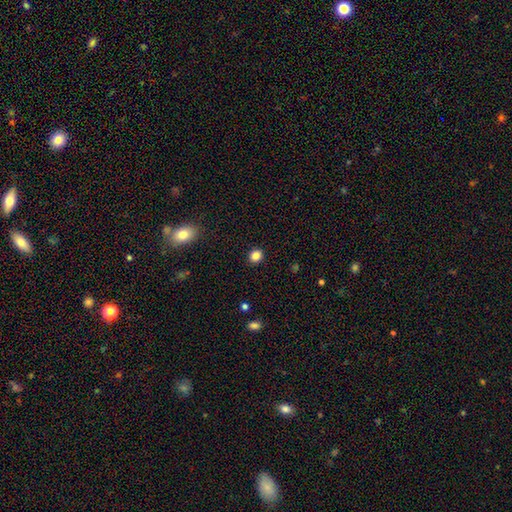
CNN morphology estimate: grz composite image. It shows a smooth galaxy with no disk features (85%) that is round (76%). Merging: none (91%).